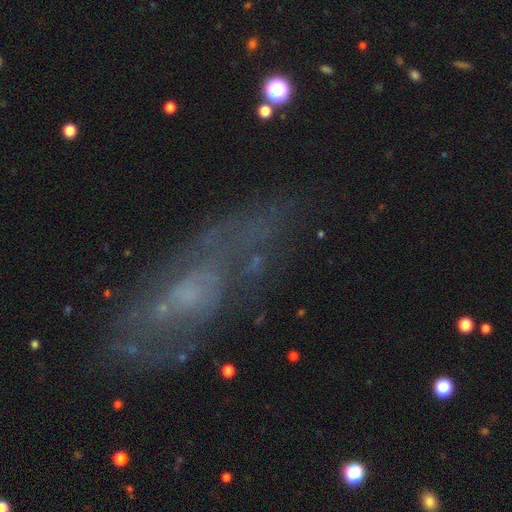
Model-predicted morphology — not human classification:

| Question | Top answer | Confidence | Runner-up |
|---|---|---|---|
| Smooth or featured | featured or disk | 65% | smooth (22%) |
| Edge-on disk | no | 84% | yes (16%) |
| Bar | no | 74% | weak (21%) |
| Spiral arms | yes | 57% | no (43%) |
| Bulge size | small | 36% | none (33%) |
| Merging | none | 60% | minor disturbance (20%) |